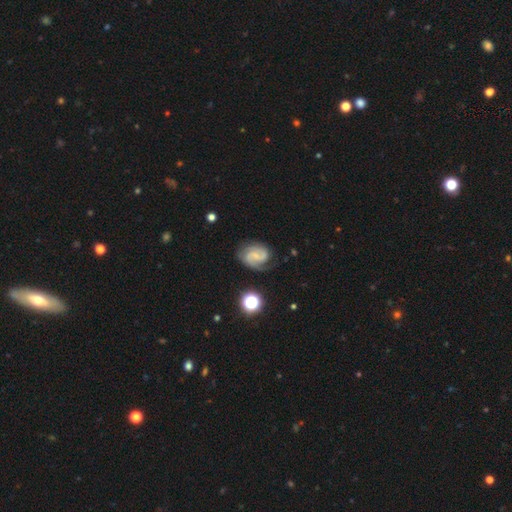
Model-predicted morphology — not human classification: smooth_or_featured: featured or disk (p=0.80) [alt: smooth p=0.13]
disk_edge_on: no (p=0.98) [alt: yes p=0.02]
bar: weak (p=0.48) [alt: no p=0.41]
has_spiral_arms: yes (p=0.96) [alt: no p=0.04]
spiral_winding: medium (p=0.50) [alt: tight p=0.29]
spiral_arm_count: 2 (p=0.78) [alt: can't tell p=0.08]
bulge_size: small (p=0.61) [alt: none p=0.20]
merging: none (p=0.70) [alt: minor disturbance p=0.19]